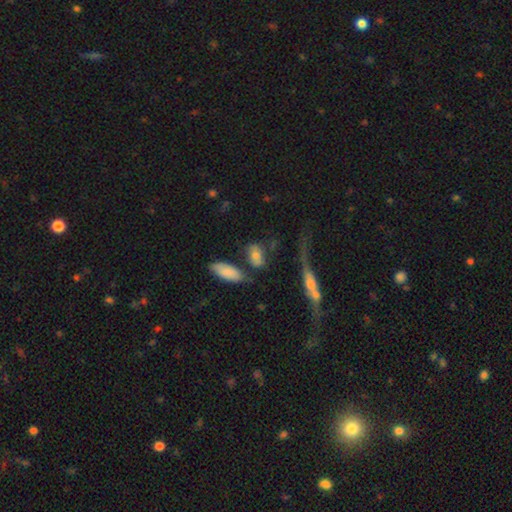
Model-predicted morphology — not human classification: Smooth or featured: smooth — 68% (featured or disk — 22%)
How rounded: in between — 81% (round — 13%)
Merging: none — 50% (minor disturbance — 19%)